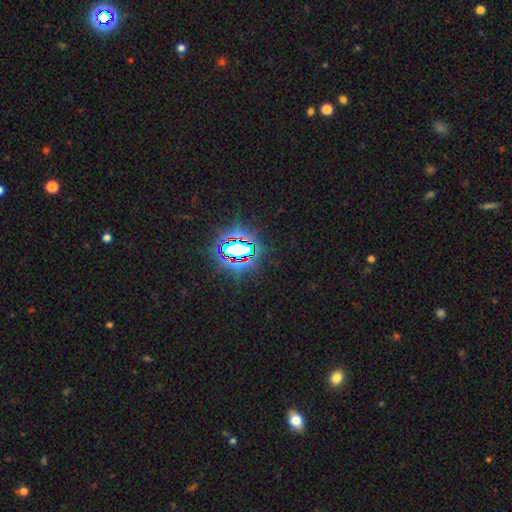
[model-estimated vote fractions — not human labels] The model was most divided on "smooth or featured": star or artifact: 83%, smooth: 10%, featured or disk: 7%.